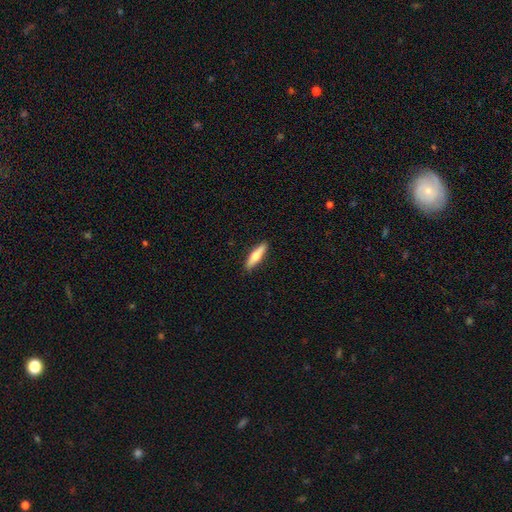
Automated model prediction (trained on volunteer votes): This appears to be a smooth galaxy with no disk features (57%) that is cigar-shaped (71%). Merging: none (89%).